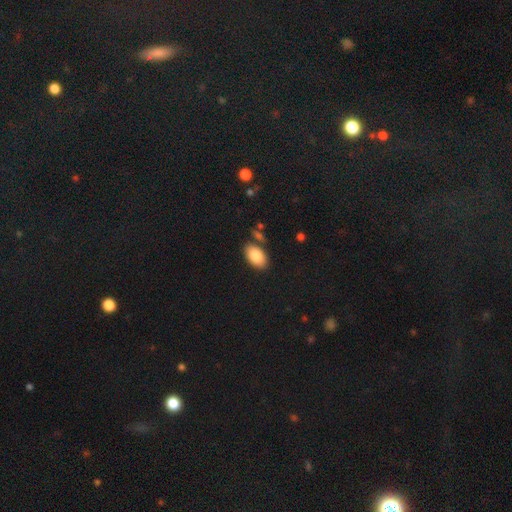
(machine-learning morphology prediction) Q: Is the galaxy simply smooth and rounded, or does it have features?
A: smooth — 83%.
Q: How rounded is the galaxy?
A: in between — 93%.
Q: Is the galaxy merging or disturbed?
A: none — 80%.